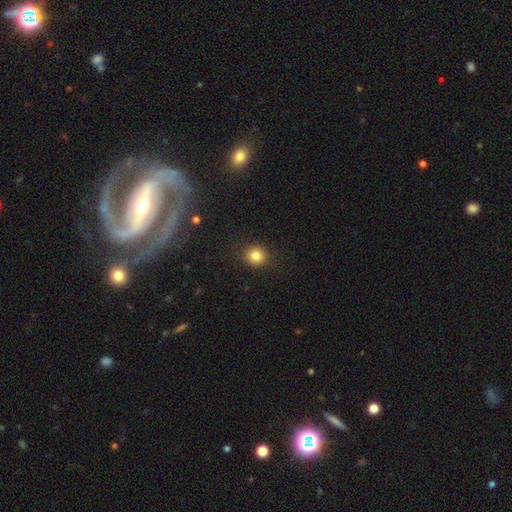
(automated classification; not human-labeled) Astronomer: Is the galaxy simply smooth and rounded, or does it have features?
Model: smooth — 84%.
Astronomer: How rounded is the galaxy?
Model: round — 89%.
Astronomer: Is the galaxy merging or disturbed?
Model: none — 90%.